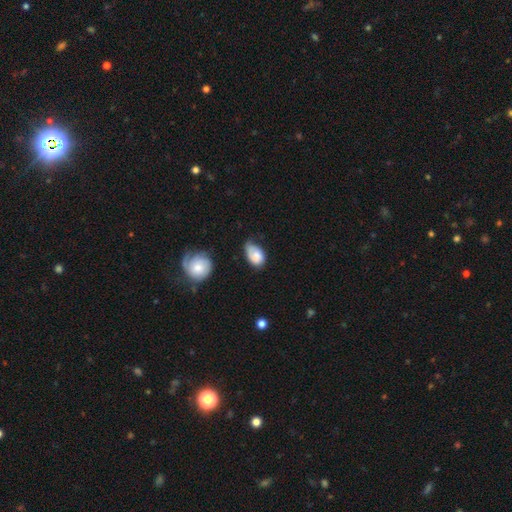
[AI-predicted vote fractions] Smooth or featured? Predicted: smooth (p=0.79). How rounded? Predicted: in between (p=0.84). Merging? Predicted: minor disturbance (p=0.47).